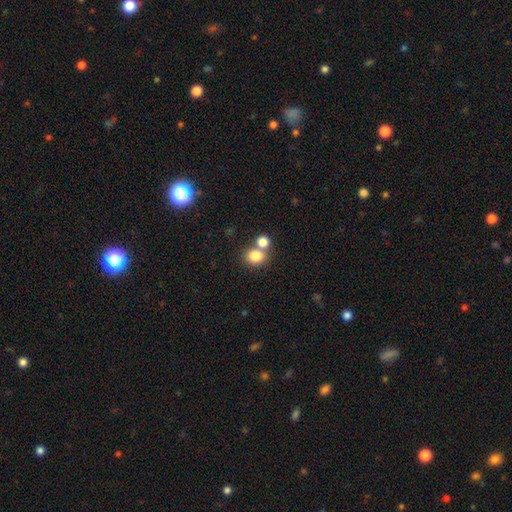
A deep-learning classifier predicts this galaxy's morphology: smooth_or_featured: smooth (p=0.80) [alt: star or artifact p=0.12]
how_rounded: round (p=0.68) [alt: in between p=0.31]
merging: none (p=0.52) [alt: merger p=0.37]